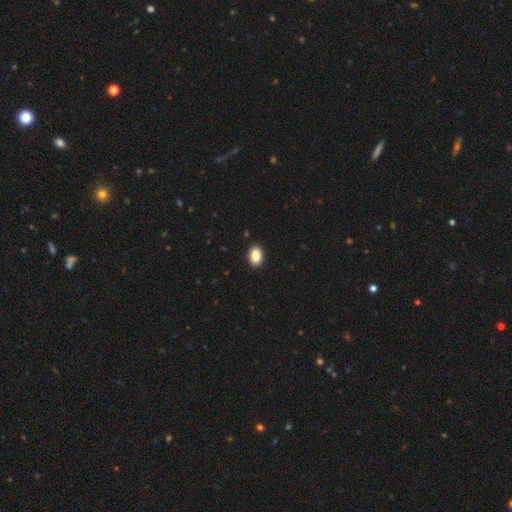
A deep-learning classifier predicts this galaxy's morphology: Overall: smooth (86%). How rounded: in between (87%). Merging: none (92%).